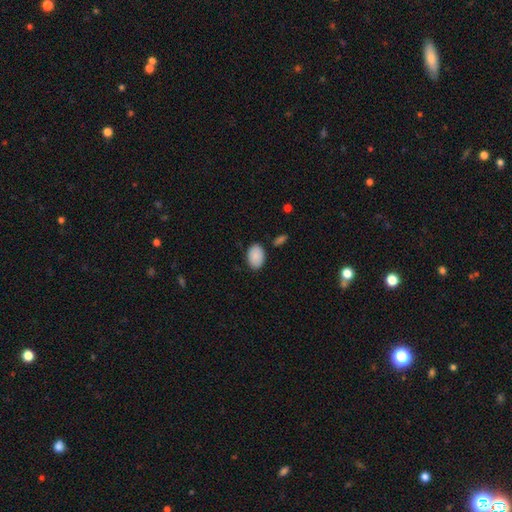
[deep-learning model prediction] This is clearly a smooth galaxy (89%). How rounded: clearly in between (89%). Merging: clearly none (83%).